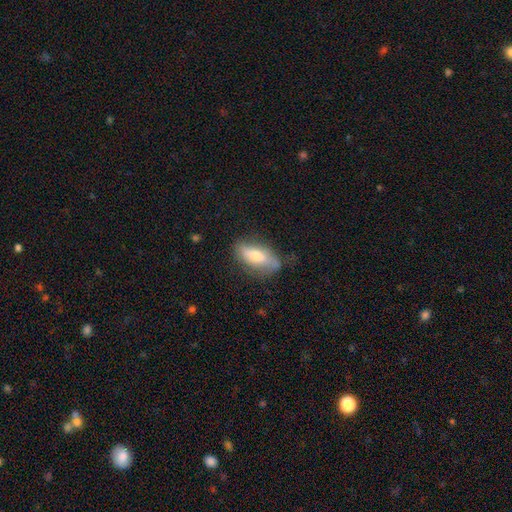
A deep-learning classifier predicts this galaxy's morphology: A smooth galaxy with no disk features (64%) that is in between round and cigar-shaped (80%).

Vote fractions:
- Smooth or featured? smooth: 64% / featured or disk: 30% / star or artifact: 7%
- How rounded? in between: 80% / cigar-shaped: 17% / round: 3%
- Merging? none: 66% / minor disturbance: 26% / major disturbance: 7% / merger: 2%